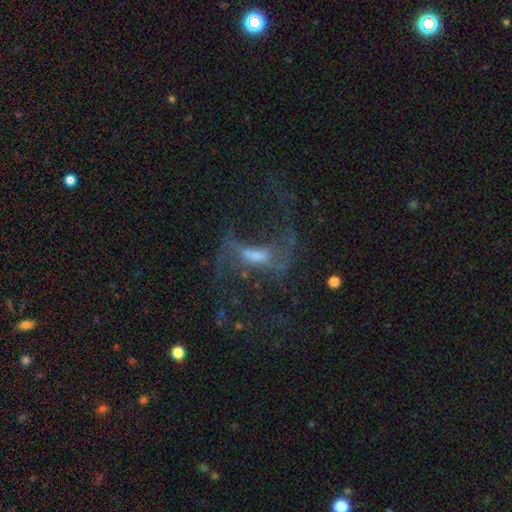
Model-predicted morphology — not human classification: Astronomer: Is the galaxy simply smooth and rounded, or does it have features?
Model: featured or disk — 73%.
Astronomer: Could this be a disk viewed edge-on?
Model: no — 91%.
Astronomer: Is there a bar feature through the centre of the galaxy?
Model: weak — 43% (runner-up: strong, 33%).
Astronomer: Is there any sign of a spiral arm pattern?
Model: yes — 76%.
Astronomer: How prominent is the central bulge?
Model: moderate — 40% (runner-up: small, 35%).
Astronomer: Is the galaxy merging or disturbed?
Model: none — 41% (runner-up: major disturbance, 39%).